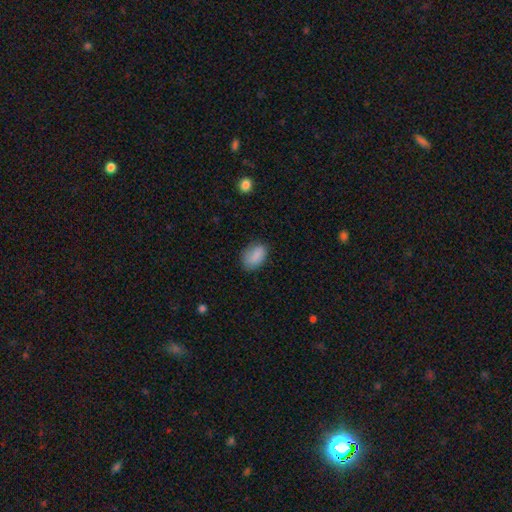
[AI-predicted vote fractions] Smooth or featured? Predicted: smooth (p=0.86). How rounded? Predicted: in between (p=0.87). Merging? Predicted: none (p=0.72).